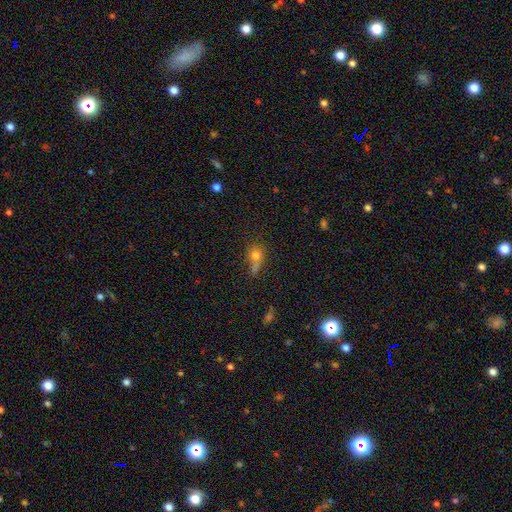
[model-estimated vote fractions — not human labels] Smooth or featured? Predicted: smooth (p=0.70). How rounded? Predicted: round (p=0.65). Merging? Predicted: none (p=0.41).